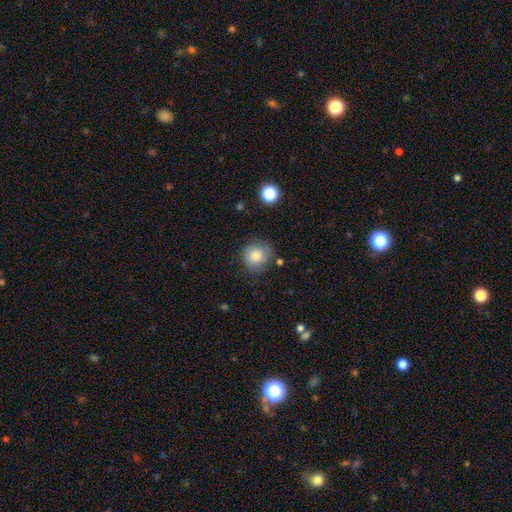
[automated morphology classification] A smooth galaxy with no disk features (80%) that is round (86%). Merging: none (73%).